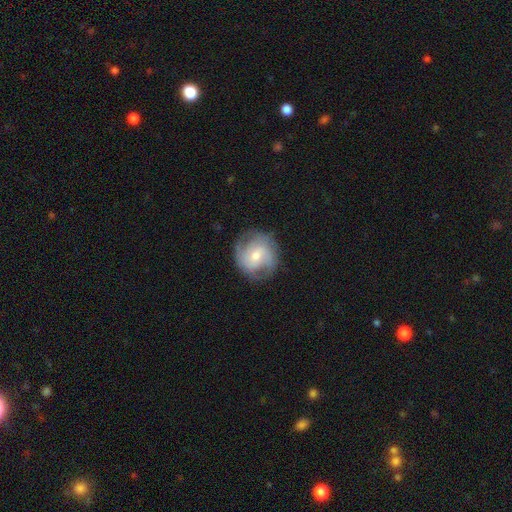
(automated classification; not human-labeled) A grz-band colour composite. It shows a featured or disk galaxy (67%) with no bar (55%), 2 (52%) medium (42%) spiral arms (88%) and a moderate central bulge (50%). Merging: none (76%).